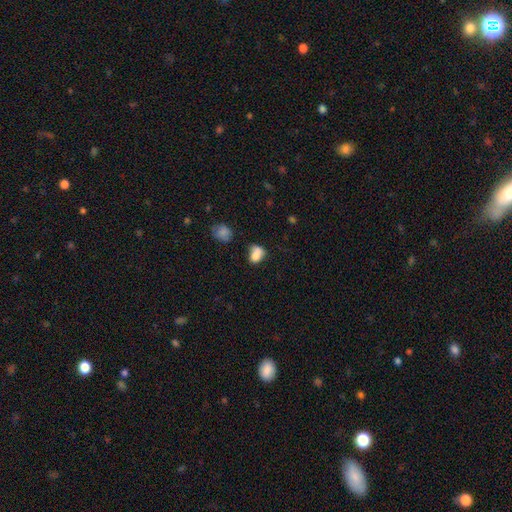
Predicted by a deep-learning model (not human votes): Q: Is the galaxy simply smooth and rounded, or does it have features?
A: smooth — 77%.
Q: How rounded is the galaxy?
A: in between — 62%.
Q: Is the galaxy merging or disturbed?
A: none — 35%.